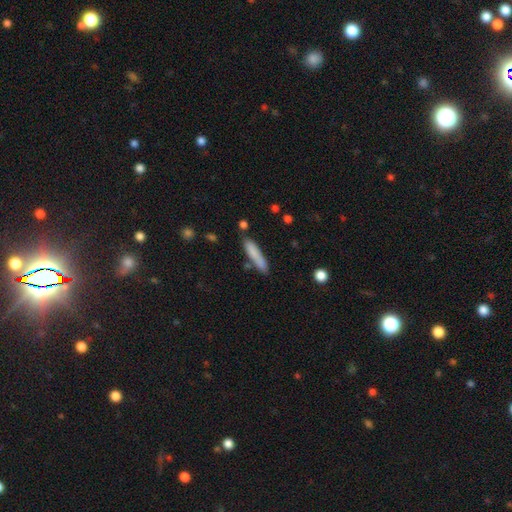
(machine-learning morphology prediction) Q: Smooth or featured?
A: smooth (81%); runner-up: featured or disk (12%)
Q: How rounded?
A: cigar-shaped (84%); runner-up: in between (15%)
Q: Merging?
A: none (74%); runner-up: minor disturbance (15%)